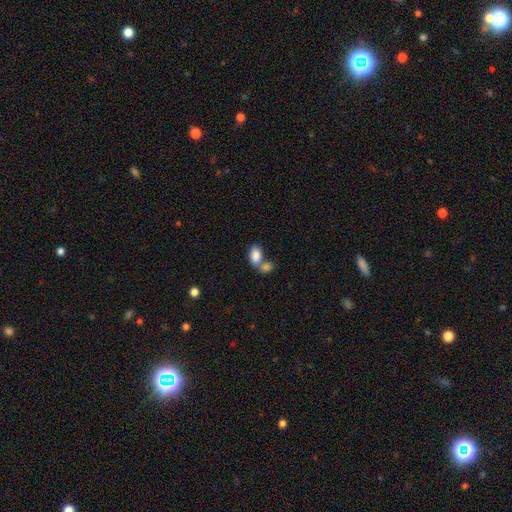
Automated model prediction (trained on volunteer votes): smooth 85%, featured or disk 8%, star or artifact 7%. Down the decision tree: how rounded — in between (90%); merging — merger (57%).